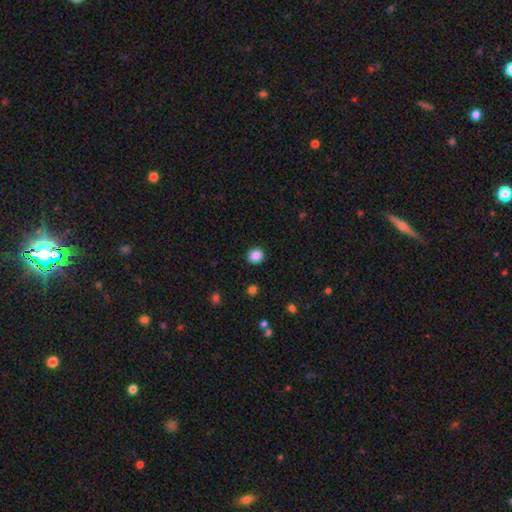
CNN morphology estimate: A smooth galaxy with no disk features (87%) that is round (84%). Merging: none (91%).